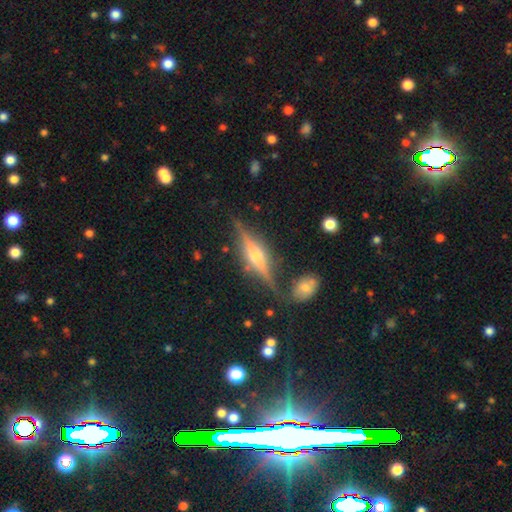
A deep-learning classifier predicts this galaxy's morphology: This appears to be a featured or disk galaxy (78%) viewed edge-on (96%) with a rounded central bulge (89%). Merging: none (83%).